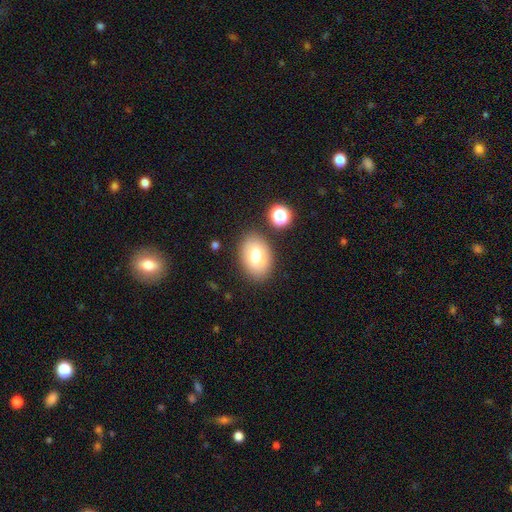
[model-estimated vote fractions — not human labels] Q: Smooth or featured?
A: smooth (77%); runner-up: featured or disk (14%)
Q: How rounded?
A: in between (83%); runner-up: round (16%)
Q: Merging?
A: none (81%); runner-up: minor disturbance (11%)